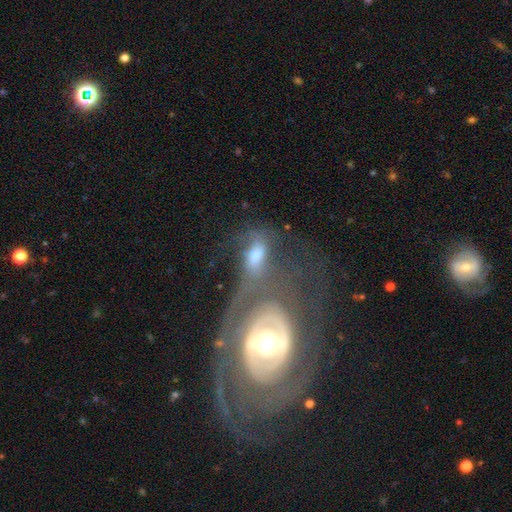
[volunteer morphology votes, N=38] Smooth or featured?
  - featured or disk: 74% *
  - smooth: 18%
  - star or artifact: 8%
Edge-on disk?
  - no: 89% *
  - yes: 11%
Bar?
  - weak: 56% *
  - no: 28%
  - strong: 16%
Spiral arms?
  - yes: 88% *
  - no: 12%
Spiral winding?
  - tight: 64% *
  - medium: 18%
  - loose: 18%
Spiral arm count?
  - 2: 59% *
  - 3: 14%
  - 4: 14%
  - can't tell: 9%
  - more than 4: 5%
  - 1: 0%
Bulge size?
  - moderate: 64% *
  - large: 16%
  - small: 12%
  - dominant: 8%
  - none: 0%
Merging?
  - none: 31% *
  - merger: 29%
  - major disturbance: 23%
  - minor disturbance: 17%